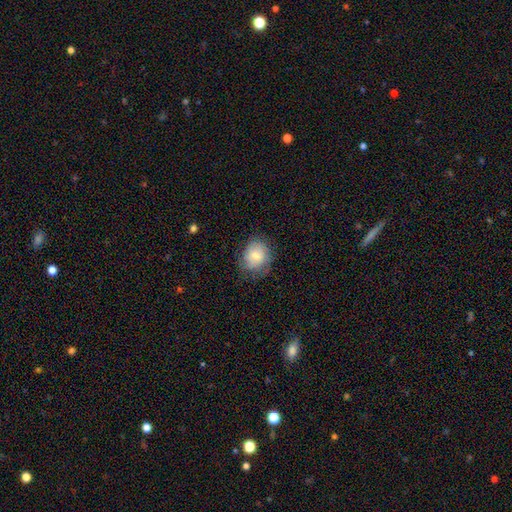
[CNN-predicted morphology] Smooth or featured?
  - smooth: 76% *
  - featured or disk: 16%
  - star or artifact: 8%
How rounded?
  - round: 64% *
  - in between: 36%
  - cigar-shaped: 1%
Merging?
  - none: 68% *
  - minor disturbance: 24%
  - major disturbance: 8%
  - merger: 1%